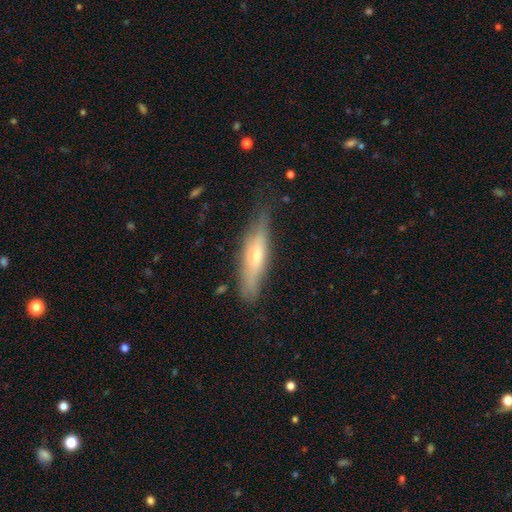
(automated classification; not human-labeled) Overall: featured or disk (49%; smooth 44%). Merging: none (74%).